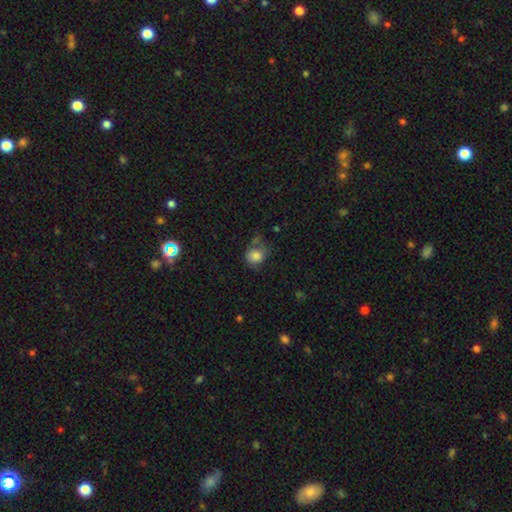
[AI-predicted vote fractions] Morphology: type=smooth (80%); roundness=round (70%); merging=none (48%).